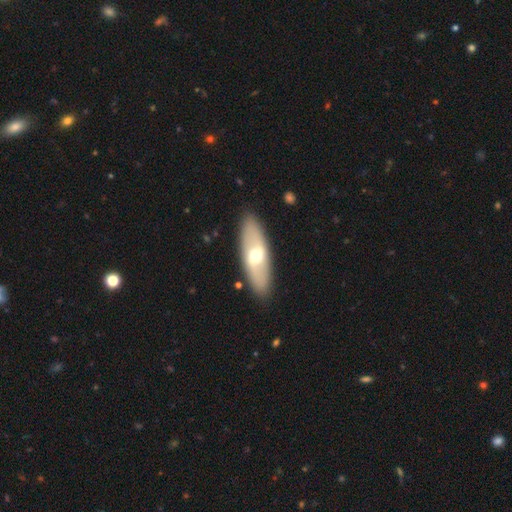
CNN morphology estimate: Overall: smooth (51%; featured or disk 44%). How rounded: in between (71%). Merging: none (88%).